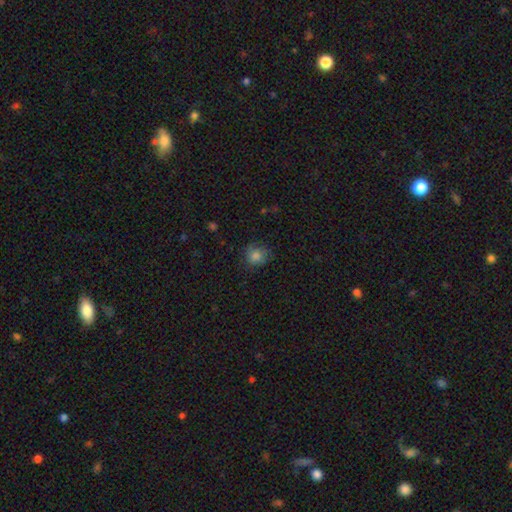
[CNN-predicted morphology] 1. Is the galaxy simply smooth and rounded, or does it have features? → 81% smooth, 11% star or artifact, 7% featured or disk.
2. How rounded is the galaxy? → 82% round, 17% in between, 1% cigar-shaped.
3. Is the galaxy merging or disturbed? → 73% none, 20% minor disturbance, 6% major disturbance, 1% merger.